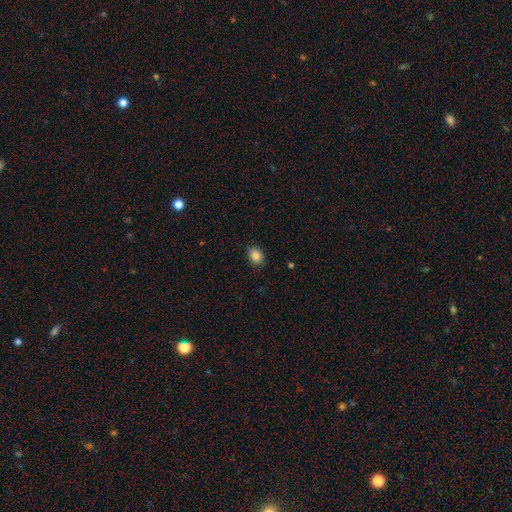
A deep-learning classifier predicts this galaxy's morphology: Smooth or featured: smooth — 85% (star or artifact — 9%)
How rounded: in between — 58% (round — 41%)
Merging: none — 90% (minor disturbance — 7%)